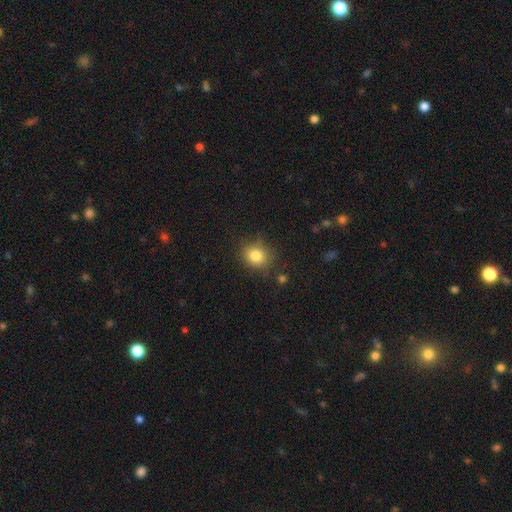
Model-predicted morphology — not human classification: A smooth galaxy with no disk features (82%) that is round (75%). Merging: none (80%).